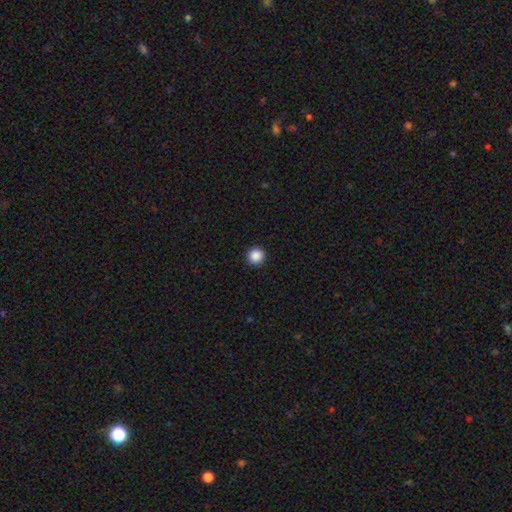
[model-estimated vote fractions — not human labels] This appears to be a smooth galaxy with no disk features (88%) that is round (96%). Merging: none (93%).